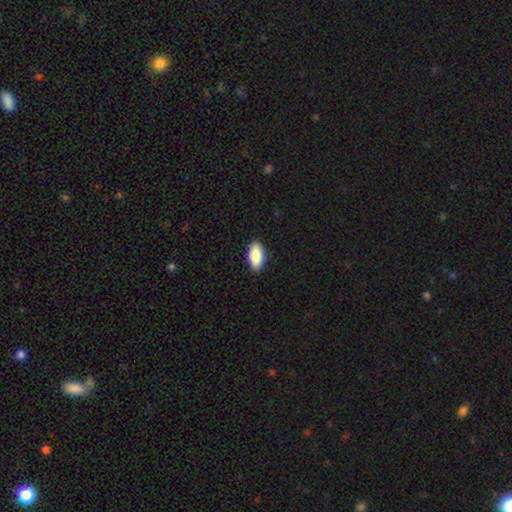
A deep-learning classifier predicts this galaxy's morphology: The model was most divided on "merging": none: 89%, minor disturbance: 9%, major disturbance: 2%, merger: 1%. More confident: how rounded — in between (92%); smooth or featured — smooth (88%).